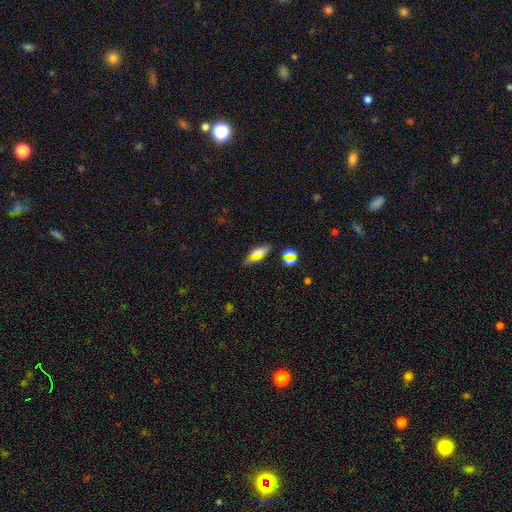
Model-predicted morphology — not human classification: Smooth or featured? smooth (56%)
How rounded? in between (65%)
Merging? none (60%)